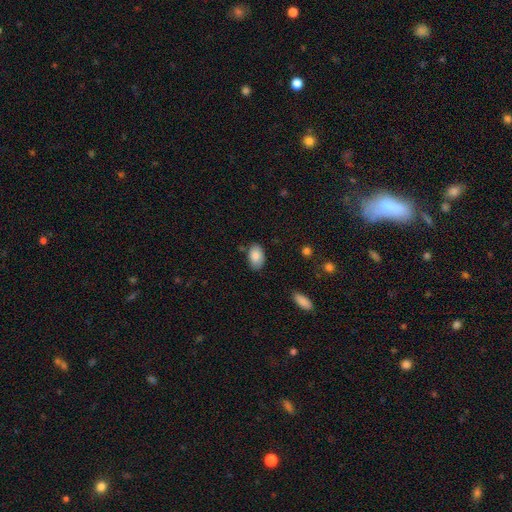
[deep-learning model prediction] Q: Smooth or featured?
A: smooth (87%); runner-up: star or artifact (7%)
Q: How rounded?
A: in between (92%); runner-up: round (7%)
Q: Merging?
A: none (79%); runner-up: minor disturbance (15%)